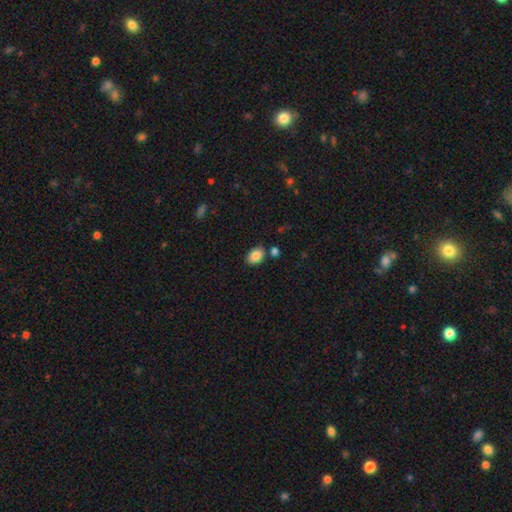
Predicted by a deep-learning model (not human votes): A smooth galaxy with no disk features (86%) that is in between round and cigar-shaped (81%).

Vote fractions:
- Smooth or featured? smooth: 86% / star or artifact: 8% / featured or disk: 6%
- How rounded? in between: 81% / round: 18% / cigar-shaped: 1%
- Merging? none: 77% / minor disturbance: 13% / merger: 7% / major disturbance: 3%